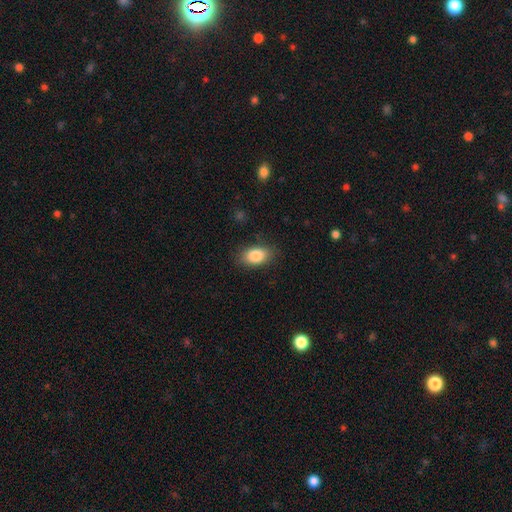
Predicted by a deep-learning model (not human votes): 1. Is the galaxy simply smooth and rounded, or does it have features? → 86% smooth, 7% star or artifact, 7% featured or disk.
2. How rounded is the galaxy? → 89% in between, 9% round, 2% cigar-shaped.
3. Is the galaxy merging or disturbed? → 84% none, 12% minor disturbance, 3% major disturbance, 1% merger.